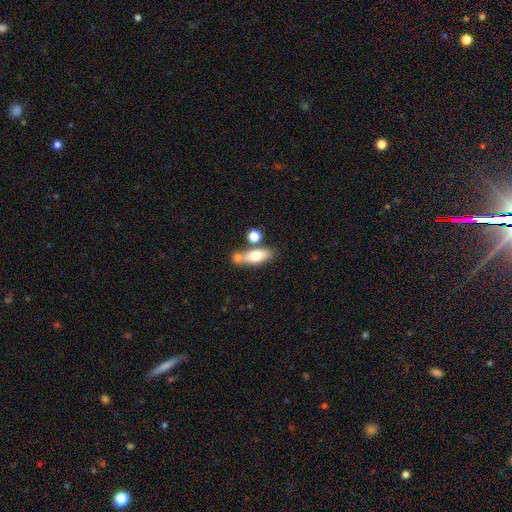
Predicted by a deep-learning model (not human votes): Smooth or featured: smooth — 66% (featured or disk — 26%)
How rounded: in between — 67% (cigar-shaped — 26%)
Merging: none — 56% (merger — 26%)